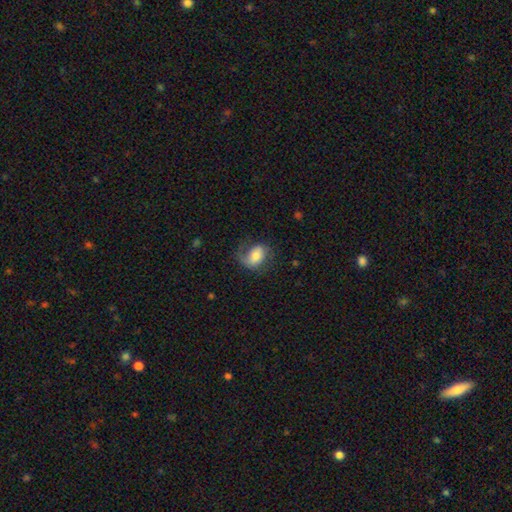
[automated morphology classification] smooth_or_featured: smooth (p=0.48) [alt: featured or disk p=0.44]
merging: none (p=0.51) [alt: minor disturbance p=0.24]